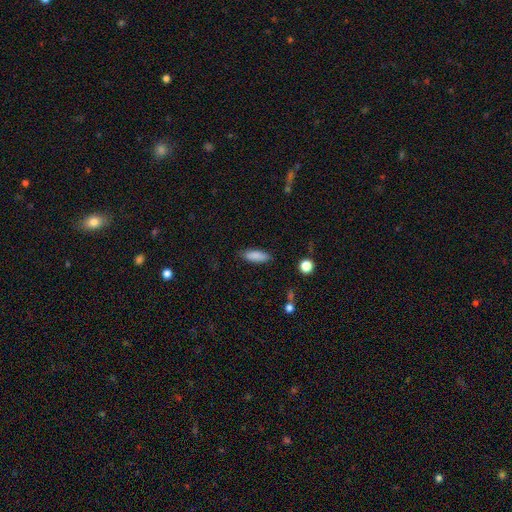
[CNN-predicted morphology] Q: Smooth or featured?
A: smooth (86%); runner-up: star or artifact (7%)
Q: How rounded?
A: in between (63%); runner-up: cigar-shaped (35%)
Q: Merging?
A: none (83%); runner-up: minor disturbance (13%)